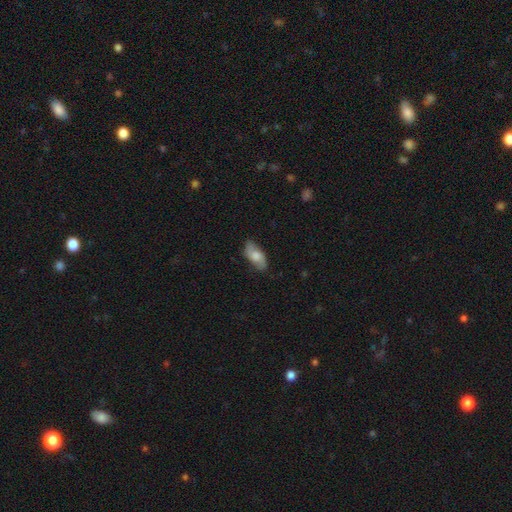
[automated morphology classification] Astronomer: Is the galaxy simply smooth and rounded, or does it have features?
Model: smooth — 55% (runner-up: featured or disk, 38%).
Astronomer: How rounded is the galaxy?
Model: in between — 86%.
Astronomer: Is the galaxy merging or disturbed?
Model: none — 77%.